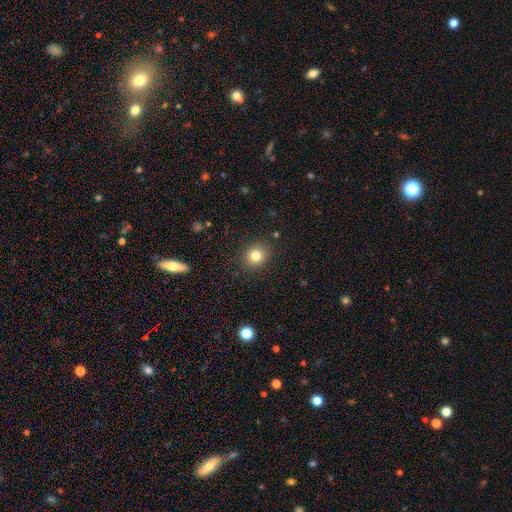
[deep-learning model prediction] Q: Smooth or featured?
A: smooth (81%); runner-up: star or artifact (12%)
Q: How rounded?
A: round (76%); runner-up: in between (23%)
Q: Merging?
A: none (89%); runner-up: minor disturbance (8%)